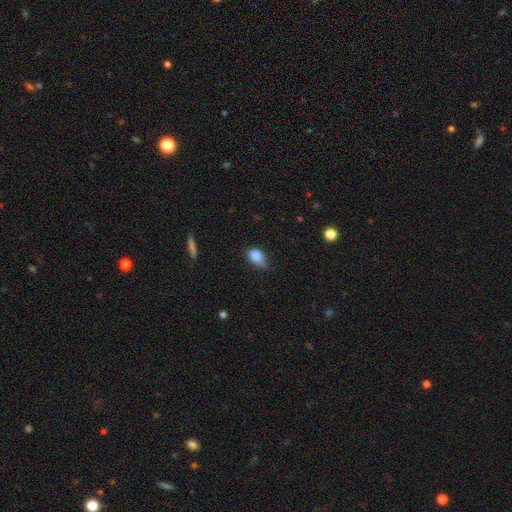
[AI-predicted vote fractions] Smooth or featured?
  - smooth: 81% *
  - featured or disk: 10%
  - star or artifact: 9%
How rounded?
  - in between: 75% *
  - round: 21%
  - cigar-shaped: 3%
Merging?
  - minor disturbance: 44% *
  - none: 42%
  - major disturbance: 11%
  - merger: 3%